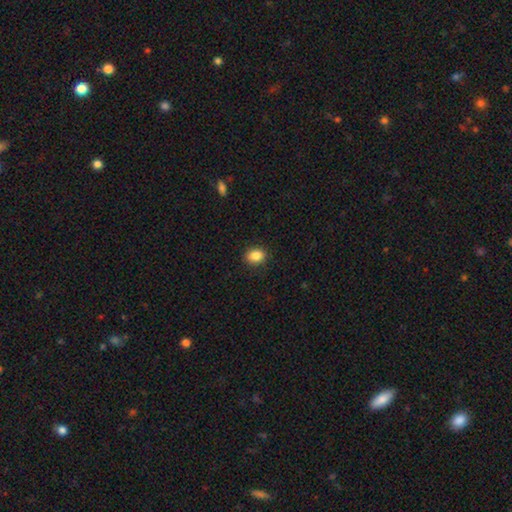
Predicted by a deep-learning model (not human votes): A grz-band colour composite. It shows a smooth galaxy with no disk features (87%) that is in between round and cigar-shaped (56%). Merging: none (90%).